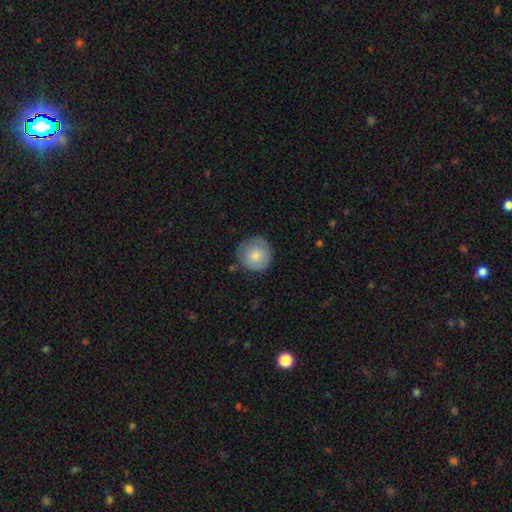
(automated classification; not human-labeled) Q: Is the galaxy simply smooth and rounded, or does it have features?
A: smooth — 78%.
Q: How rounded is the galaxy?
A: round — 95%.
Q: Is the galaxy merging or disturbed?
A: none — 80%.